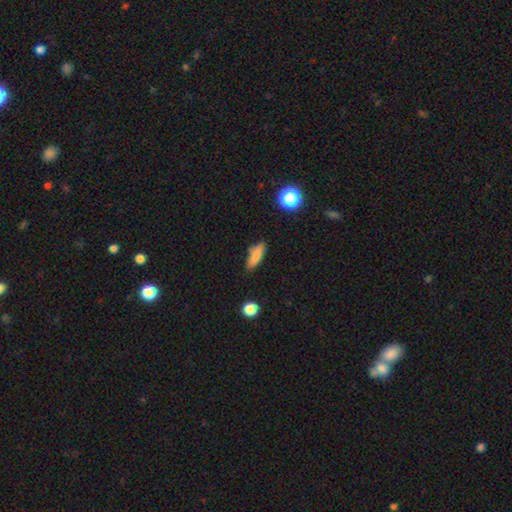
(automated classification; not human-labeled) Morphology: type=smooth (79%); roundness=in between (50%); merging=none (77%).